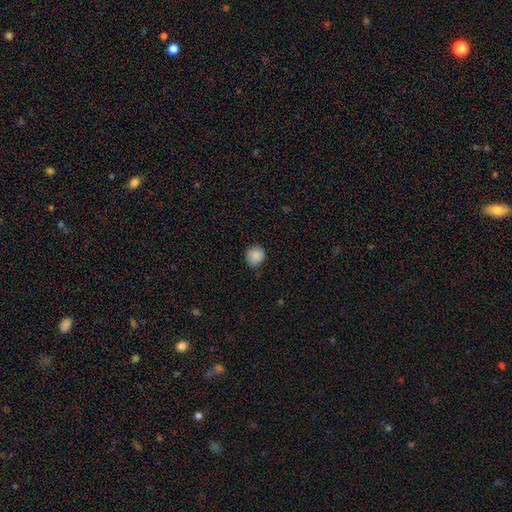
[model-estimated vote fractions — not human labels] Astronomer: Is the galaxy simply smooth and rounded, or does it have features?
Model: smooth — 87%.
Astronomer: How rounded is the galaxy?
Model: round — 88%.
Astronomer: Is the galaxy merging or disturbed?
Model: none — 79%.